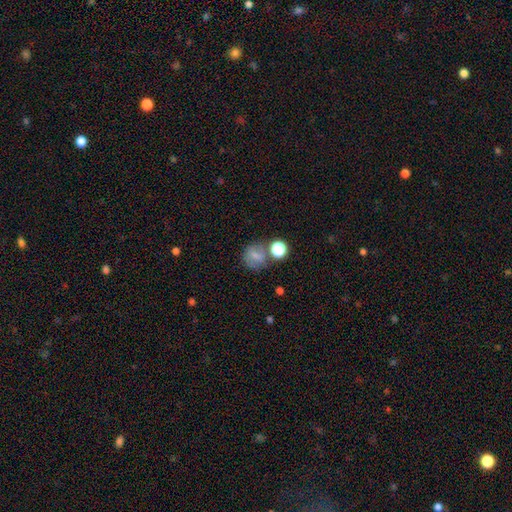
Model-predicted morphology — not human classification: This is likely a smooth galaxy (65%). How rounded: likely round (78%). Merging: possibly none (59%).